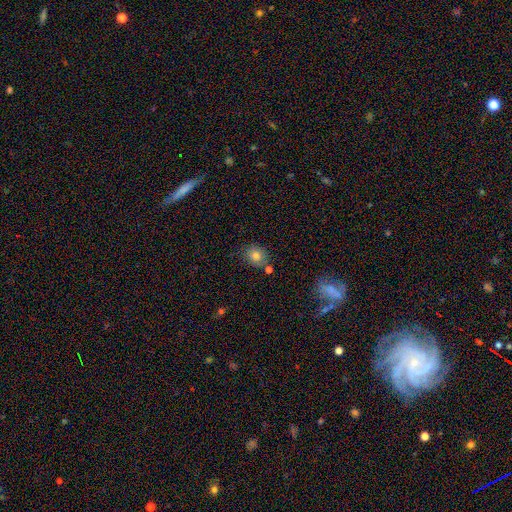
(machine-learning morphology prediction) Smooth or featured: smooth — 82% (star or artifact — 10%)
How rounded: round — 69% (in between — 31%)
Merging: none — 74% (minor disturbance — 13%)